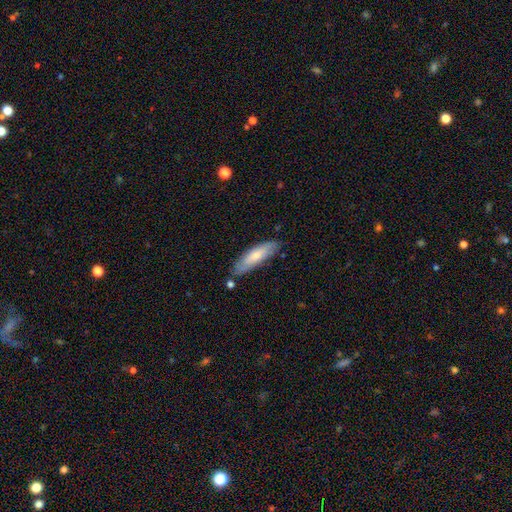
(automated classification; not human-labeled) smooth-or-featured: smooth: 64% | featured or disk: 30% | star or artifact: 5%
  how-rounded: cigar-shaped: 59% | in between: 39% | round: 2%
  merging: none: 77% | minor disturbance: 16% | merger: 4% | major disturbance: 3%